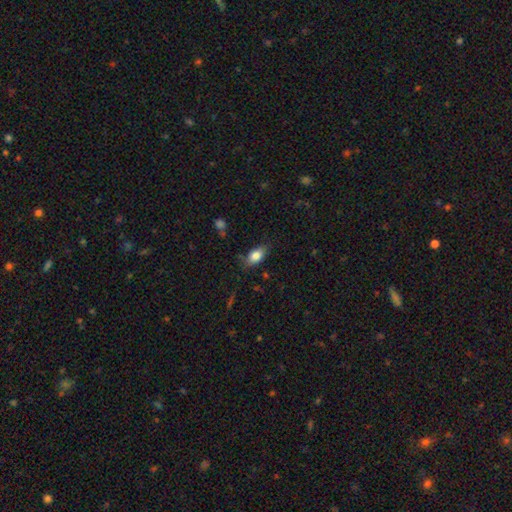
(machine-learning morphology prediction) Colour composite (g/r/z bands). It shows a smooth galaxy with no disk features (82%) that is in between round and cigar-shaped (88%). Merging: none (79%).